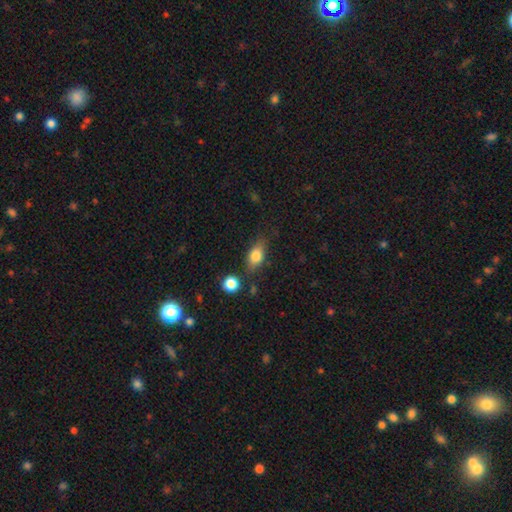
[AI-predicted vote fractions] Morphology: type=smooth (77%); roundness=in between (78%); merging=none (72%).